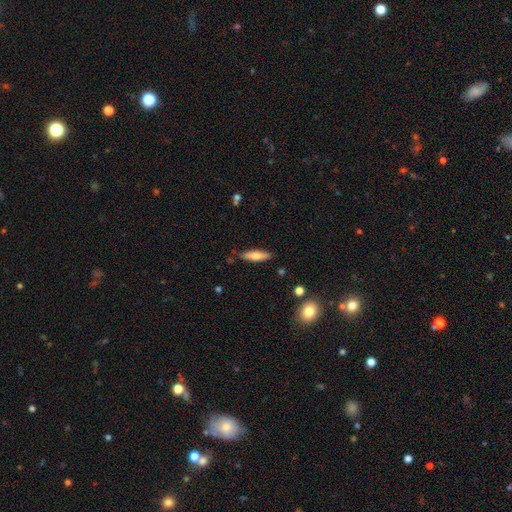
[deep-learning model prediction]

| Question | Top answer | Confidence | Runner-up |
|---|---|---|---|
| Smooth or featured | smooth | 72% | featured or disk (22%) |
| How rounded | cigar-shaped | 61% | in between (37%) |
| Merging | none | 83% | minor disturbance (12%) |